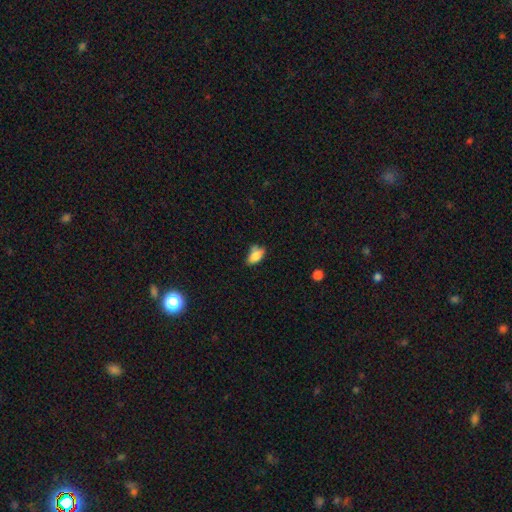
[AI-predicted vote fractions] Smooth or featured: smooth — 82% (featured or disk — 9%)
How rounded: in between — 90% (round — 6%)
Merging: none — 51% (minor disturbance — 33%)